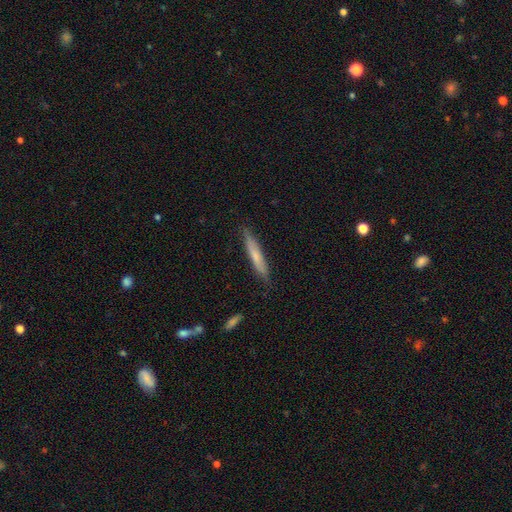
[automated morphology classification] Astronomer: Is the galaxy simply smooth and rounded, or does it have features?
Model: smooth — 62%.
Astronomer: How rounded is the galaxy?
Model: cigar-shaped — 93%.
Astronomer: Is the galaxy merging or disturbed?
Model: none — 84%.